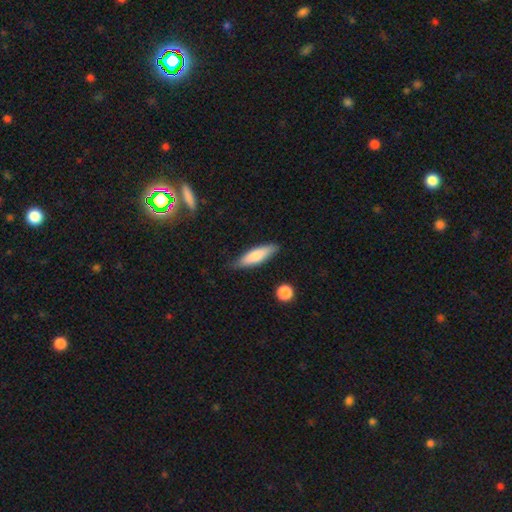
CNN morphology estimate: A smooth galaxy with no disk features (76%) that is cigar-shaped (60%).

Vote fractions:
- Smooth or featured? smooth: 76% / featured or disk: 18% / star or artifact: 6%
- How rounded? cigar-shaped: 60% / in between: 39% / round: 2%
- Merging? none: 81% / minor disturbance: 15% / major disturbance: 3% / merger: 2%